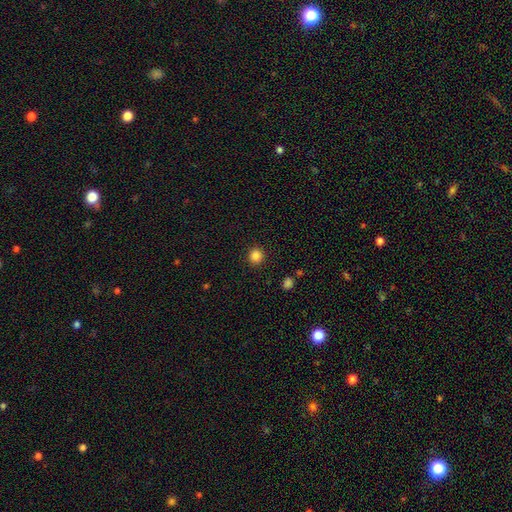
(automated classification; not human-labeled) A smooth galaxy with no disk features (85%) that is round (93%).

Vote fractions:
- Smooth or featured? smooth: 85% / star or artifact: 11% / featured or disk: 4%
- How rounded? round: 93% / in between: 6% / cigar-shaped: 1%
- Merging? none: 92% / minor disturbance: 5% / major disturbance: 2% / merger: 1%